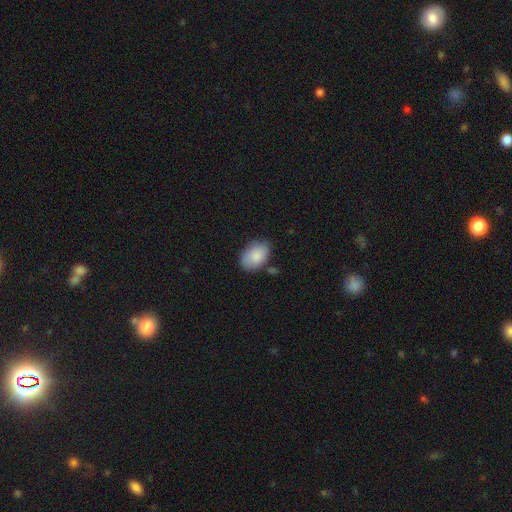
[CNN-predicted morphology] The model was most divided on "merging": none: 69%, minor disturbance: 20%, merger: 6%, major disturbance: 5%. More confident: how rounded — in between (87%); smooth or featured — smooth (86%).